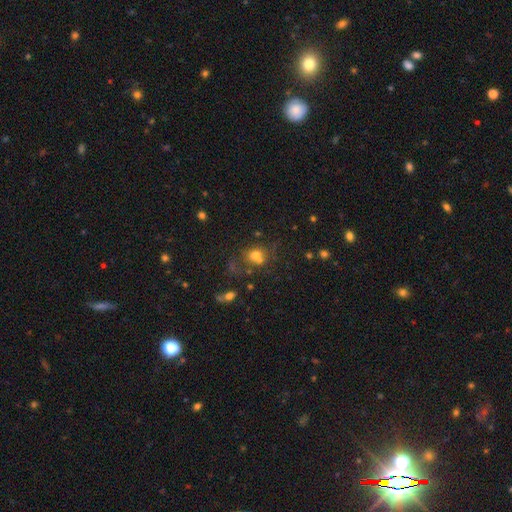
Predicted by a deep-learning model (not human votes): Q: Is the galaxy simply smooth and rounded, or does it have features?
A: smooth — 68%.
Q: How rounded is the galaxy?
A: round — 70%.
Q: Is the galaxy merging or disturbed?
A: none — 43%.